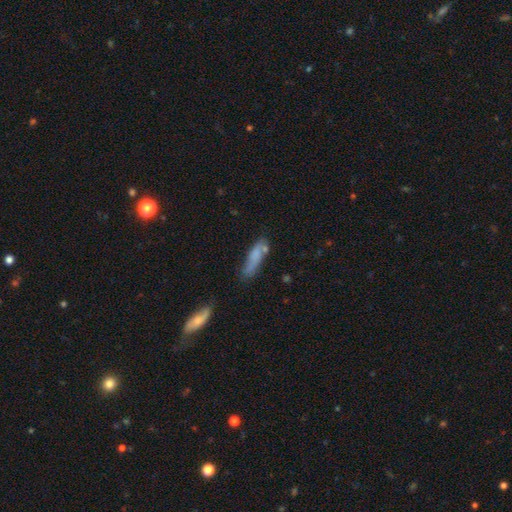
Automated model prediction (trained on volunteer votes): A smooth galaxy with no disk features (69%) that is cigar-shaped (69%). Merging: none (59%).